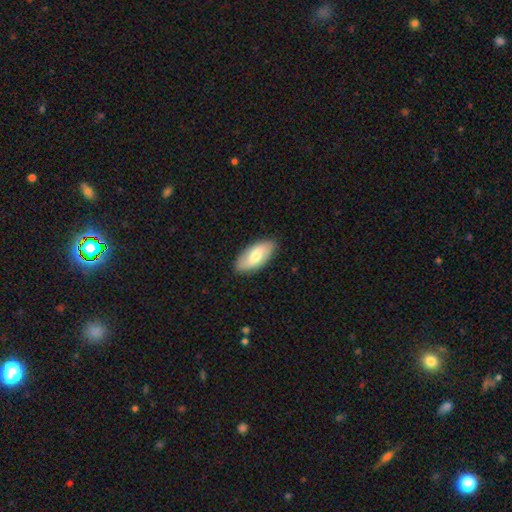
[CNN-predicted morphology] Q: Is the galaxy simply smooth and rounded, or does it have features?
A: smooth — 65%.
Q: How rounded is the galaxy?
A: in between — 91%.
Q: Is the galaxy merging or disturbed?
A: none — 87%.